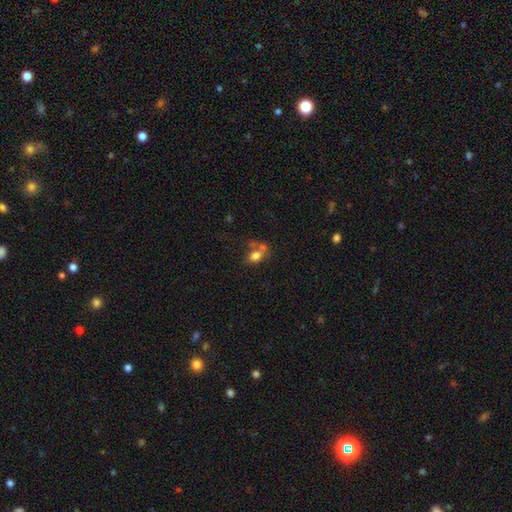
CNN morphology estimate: Smooth or featured? Predicted: smooth (p=0.72). How rounded? Predicted: in between (p=0.67). Merging? Predicted: merger (p=0.40).